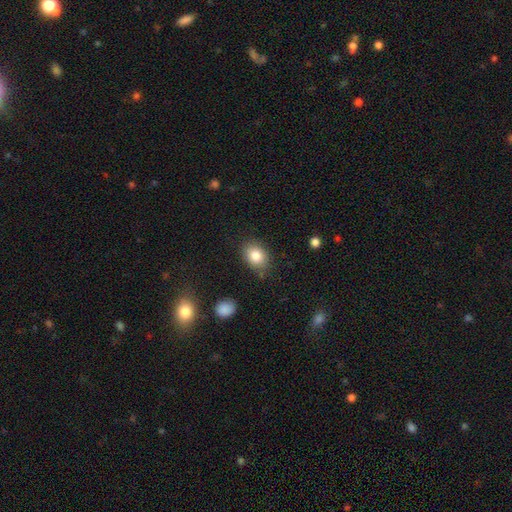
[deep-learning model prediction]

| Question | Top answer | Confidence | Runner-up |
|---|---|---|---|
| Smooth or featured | smooth | 83% | star or artifact (9%) |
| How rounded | in between | 64% | round (35%) |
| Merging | none | 82% | minor disturbance (13%) |